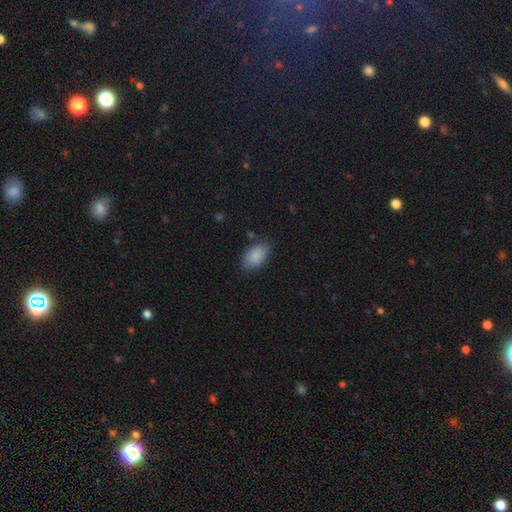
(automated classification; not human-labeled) Q: Smooth or featured?
A: smooth (88%); runner-up: star or artifact (7%)
Q: How rounded?
A: in between (91%); runner-up: round (7%)
Q: Merging?
A: none (79%); runner-up: minor disturbance (16%)